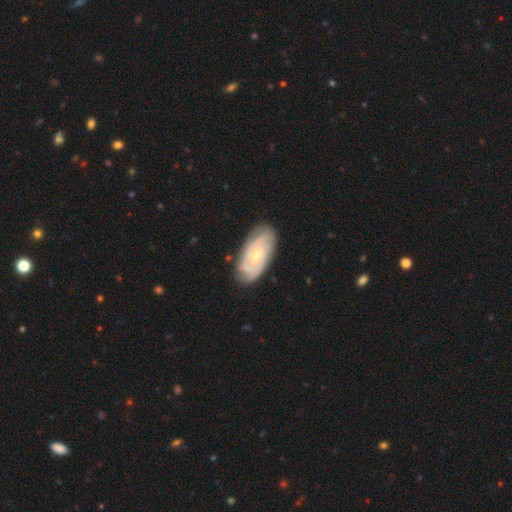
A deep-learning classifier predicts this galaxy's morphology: Smooth or featured? featured or disk (76%)
Edge-on disk? no (94%)
Bar? no (74%)
Spiral arms? yes (92%)
Spiral winding? tight (67%)
Spiral arm count? can't tell (37%)
Bulge size? small (64%)
Merging? none (79%)